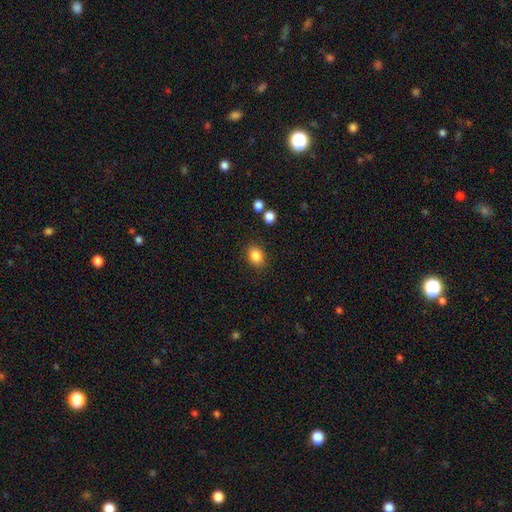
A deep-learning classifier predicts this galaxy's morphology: A smooth galaxy with no disk features (85%) that is in between round and cigar-shaped (50%). Merging: none (86%).